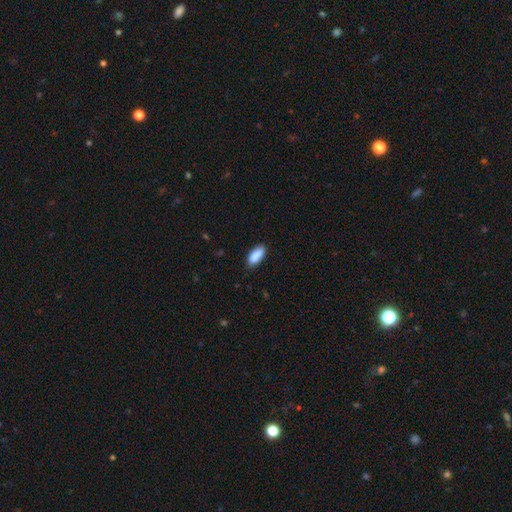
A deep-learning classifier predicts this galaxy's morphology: A smooth galaxy with no disk features (89%) that is in between round and cigar-shaped (84%).

Vote fractions:
- Smooth or featured? smooth: 89% / star or artifact: 6% / featured or disk: 5%
- How rounded? in between: 84% / cigar-shaped: 14% / round: 2%
- Merging? none: 83% / minor disturbance: 14% / major disturbance: 2% / merger: 1%